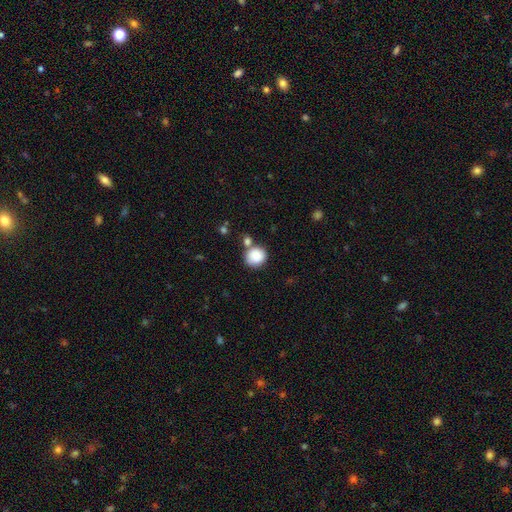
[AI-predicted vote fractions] Overall: smooth (86%). How rounded: round (82%). Merging: none (60%; merger 21%).